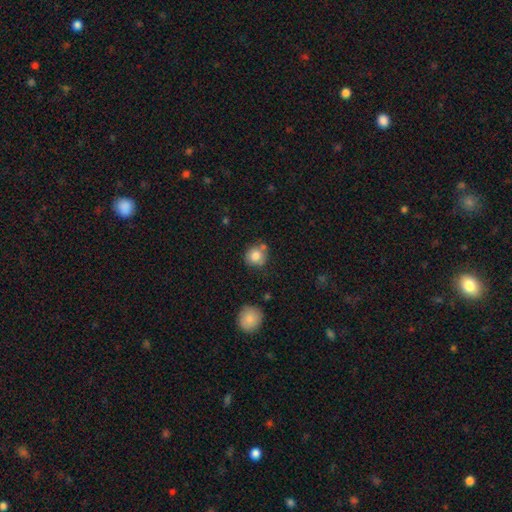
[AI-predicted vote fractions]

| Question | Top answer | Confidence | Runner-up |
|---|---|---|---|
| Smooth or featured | smooth | 81% | star or artifact (10%) |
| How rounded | round | 88% | in between (11%) |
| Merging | none | 66% | minor disturbance (16%) |